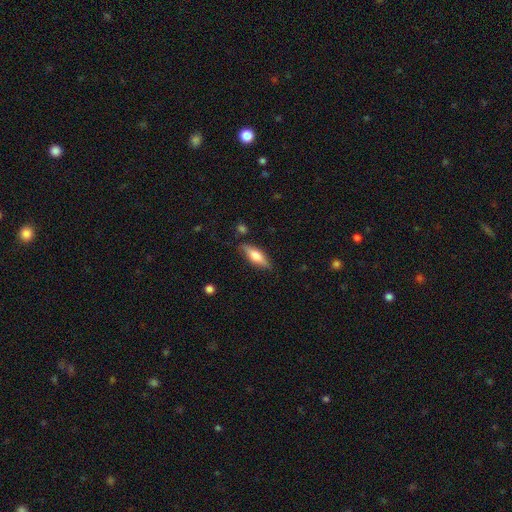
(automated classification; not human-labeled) Smooth or featured? smooth (51%)
How rounded? in between (50%)
Merging? none (82%)